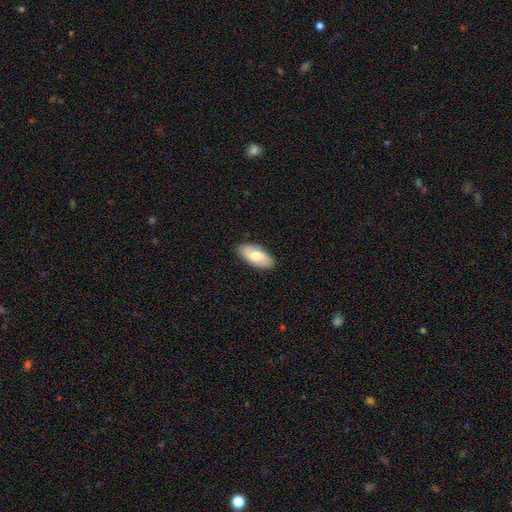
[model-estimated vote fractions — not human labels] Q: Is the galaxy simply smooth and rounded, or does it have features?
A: smooth — 70%.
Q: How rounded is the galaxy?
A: in between — 89%.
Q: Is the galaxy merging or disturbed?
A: none — 87%.